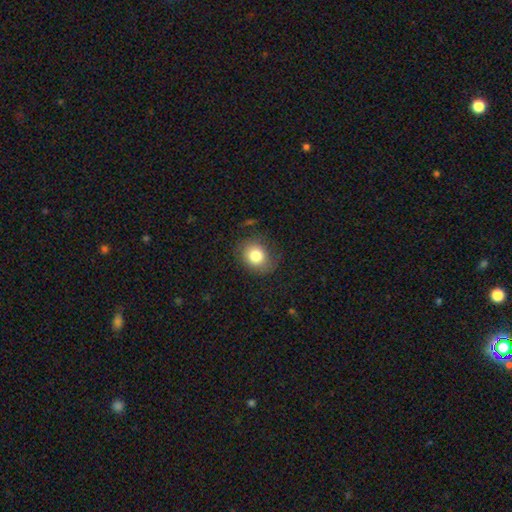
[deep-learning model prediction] smooth-or-featured: smooth: 80% | featured or disk: 10% | star or artifact: 10%
  how-rounded: round: 64% | in between: 35% | cigar-shaped: 1%
  merging: none: 78% | minor disturbance: 15% | major disturbance: 5% | merger: 1%